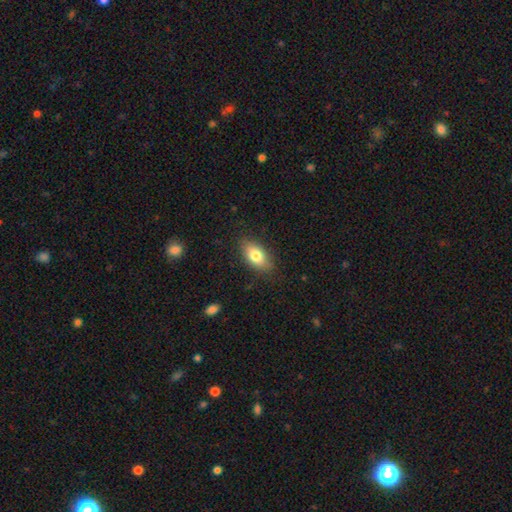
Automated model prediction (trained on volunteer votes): Smooth or featured? smooth (80%)
How rounded? in between (89%)
Merging? none (84%)